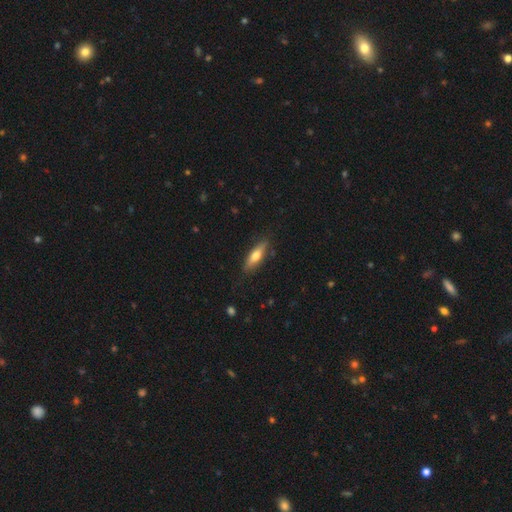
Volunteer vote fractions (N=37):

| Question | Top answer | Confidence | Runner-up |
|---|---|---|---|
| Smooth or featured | smooth | 65% | featured or disk (35%) |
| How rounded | cigar-shaped | 75% | in between (25%) |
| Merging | none | 92% | major disturbance (5%) |